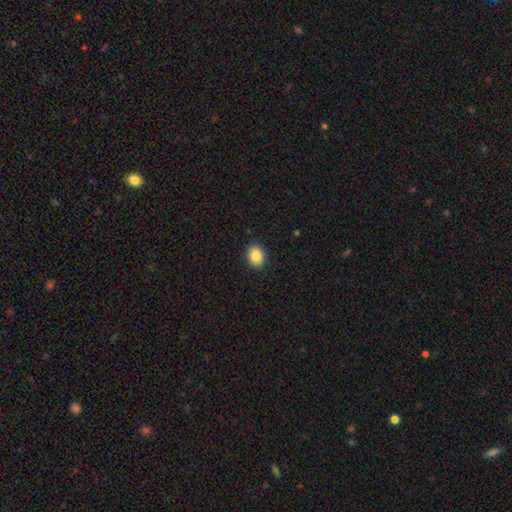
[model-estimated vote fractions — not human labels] Q: Smooth or featured?
A: smooth (87%); runner-up: star or artifact (9%)
Q: How rounded?
A: in between (58%); runner-up: round (41%)
Q: Merging?
A: none (90%); runner-up: minor disturbance (7%)